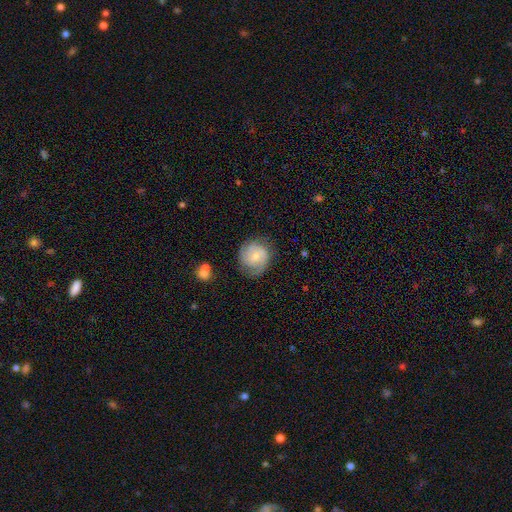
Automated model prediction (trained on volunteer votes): A featured or disk galaxy (66%) with no bar (47%), 2 (58%) tight (47%) spiral arms (92%) and a small central bulge (58%).

Vote fractions:
- Smooth or featured? featured or disk: 66% / smooth: 27% / star or artifact: 7%
- Edge-on disk? no: 98% / yes: 2%
- Bar? no: 47% / weak: 45% / strong: 7%
- Spiral arms? yes: 92% / no: 8%
- Spiral winding? tight: 47% / medium: 40% / loose: 13%
- Spiral arm count? 2: 58% / can't tell: 18% / 3: 13% / 1: 7% / 4: 2% / more than 4: 2%
- Bulge size? small: 58% / moderate: 36% / none: 3% / large: 2% / dominant: 1%
- Merging? none: 71% / minor disturbance: 20% / major disturbance: 7% / merger: 2%